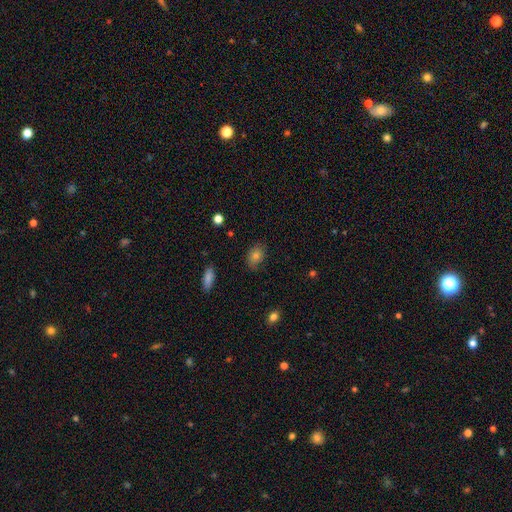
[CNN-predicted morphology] A smooth galaxy with no disk features (74%) that is in between round and cigar-shaped (76%).

Vote fractions:
- Smooth or featured? smooth: 74% / star or artifact: 13% / featured or disk: 13%
- How rounded? in between: 76% / round: 22% / cigar-shaped: 2%
- Merging? none: 79% / minor disturbance: 16% / major disturbance: 4% / merger: 1%